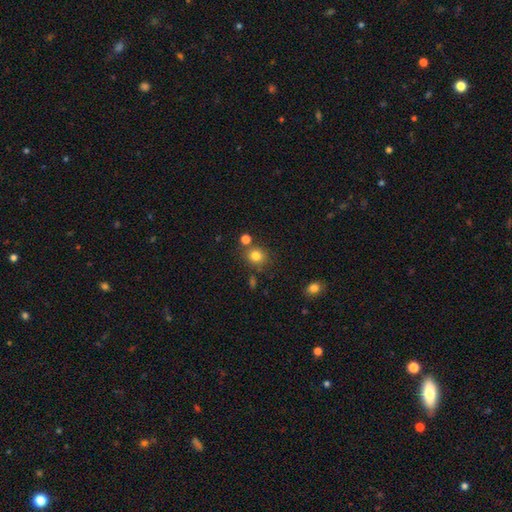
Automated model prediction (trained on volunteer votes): A smooth galaxy with no disk features (81%) that is round (79%). Merging: none (74%).